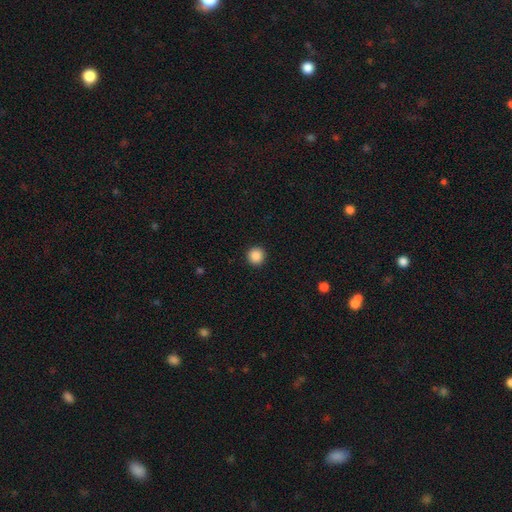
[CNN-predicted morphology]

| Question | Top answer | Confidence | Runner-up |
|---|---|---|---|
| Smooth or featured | smooth | 87% | star or artifact (9%) |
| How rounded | round | 96% | in between (4%) |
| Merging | none | 94% | minor disturbance (4%) |